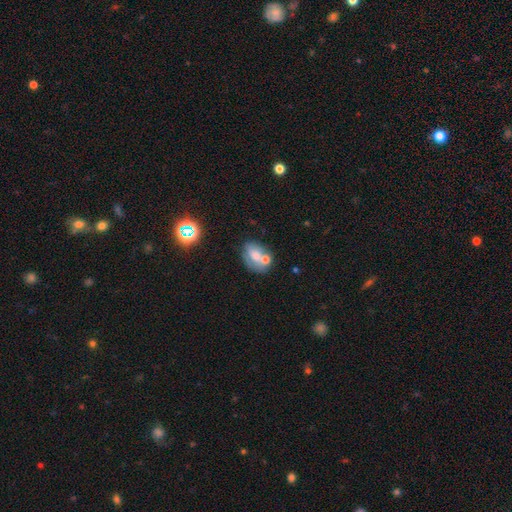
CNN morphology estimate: Smooth or featured? Predicted: smooth (p=0.60). How rounded? Predicted: in between (p=0.67). Merging? Predicted: none (p=0.40).